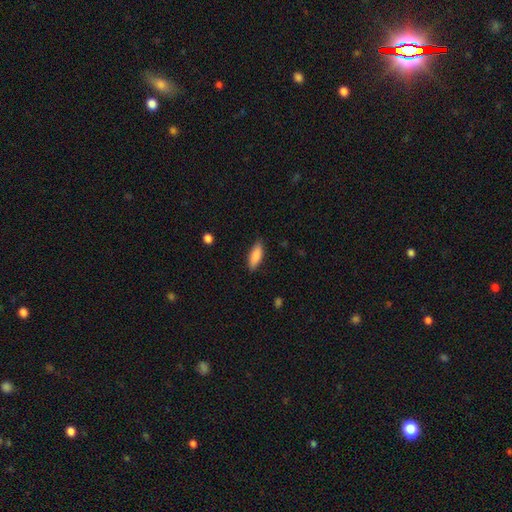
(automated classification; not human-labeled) A smooth galaxy with no disk features (87%) that is in between round and cigar-shaped (68%). Merging: none (85%).